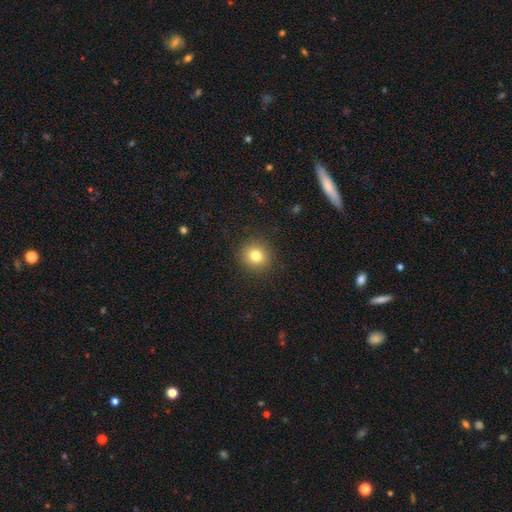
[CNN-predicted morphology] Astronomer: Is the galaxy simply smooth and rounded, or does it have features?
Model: smooth — 80%.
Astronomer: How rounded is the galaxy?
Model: round — 90%.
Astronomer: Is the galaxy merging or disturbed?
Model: none — 91%.